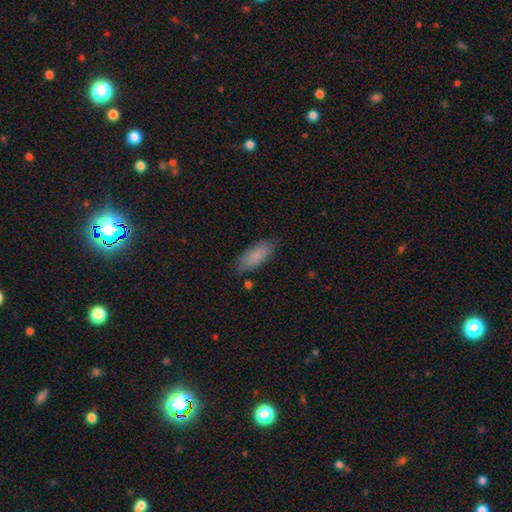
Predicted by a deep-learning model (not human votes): Overall: smooth (85%). How rounded: in between (71%). Merging: none (81%).